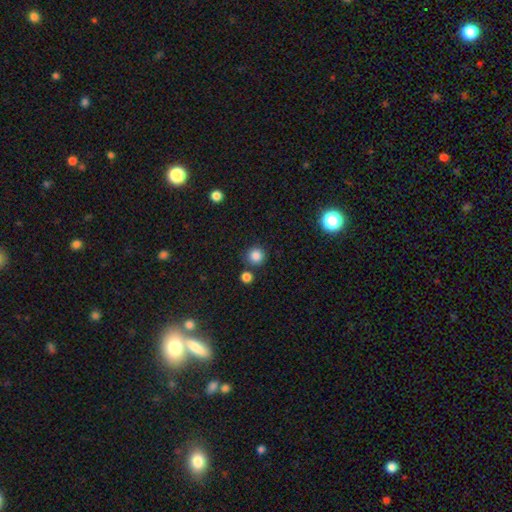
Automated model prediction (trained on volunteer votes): smooth 85%, star or artifact 11%, featured or disk 4%. Down the decision tree: how rounded — round (94%); merging — none (80%).